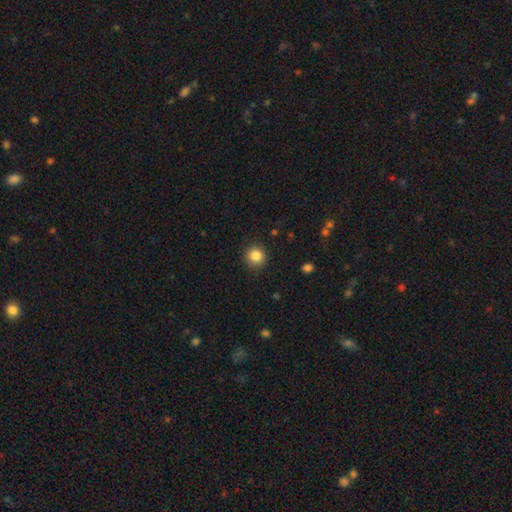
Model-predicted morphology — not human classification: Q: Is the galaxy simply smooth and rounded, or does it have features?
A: smooth — 85%.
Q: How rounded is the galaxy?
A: round — 93%.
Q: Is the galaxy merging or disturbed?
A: none — 90%.